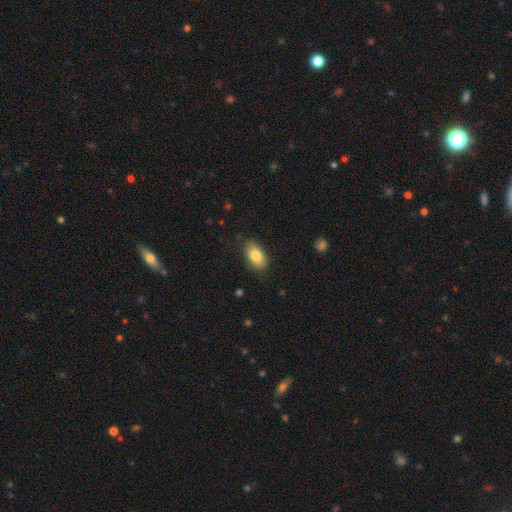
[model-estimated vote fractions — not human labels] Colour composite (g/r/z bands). It shows a smooth galaxy with no disk features (83%) that is in between round and cigar-shaped (91%). Merging: none (81%).